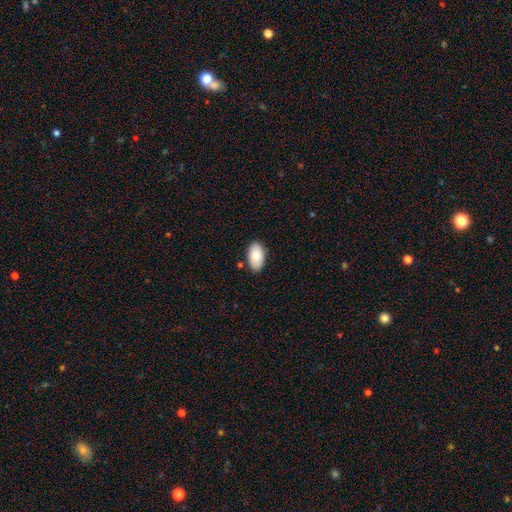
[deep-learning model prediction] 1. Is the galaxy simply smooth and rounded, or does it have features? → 79% smooth, 15% featured or disk, 6% star or artifact.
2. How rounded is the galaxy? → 95% in between, 4% round, 1% cigar-shaped.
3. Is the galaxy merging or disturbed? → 86% none, 10% minor disturbance, 2% merger, 2% major disturbance.